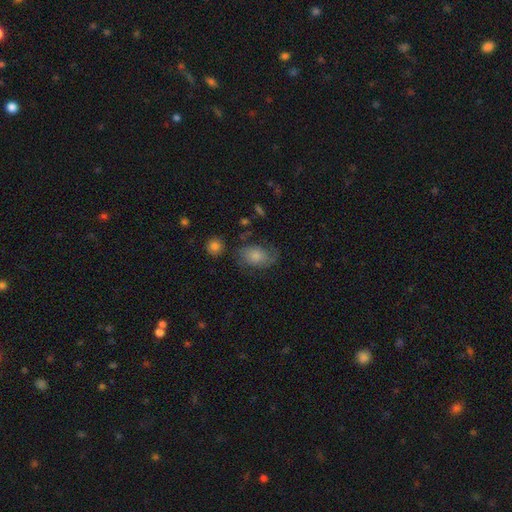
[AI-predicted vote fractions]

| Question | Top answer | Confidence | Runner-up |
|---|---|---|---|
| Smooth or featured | smooth | 61% | featured or disk (30%) |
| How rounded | in between | 75% | round (23%) |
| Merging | none | 56% | minor disturbance (26%) |